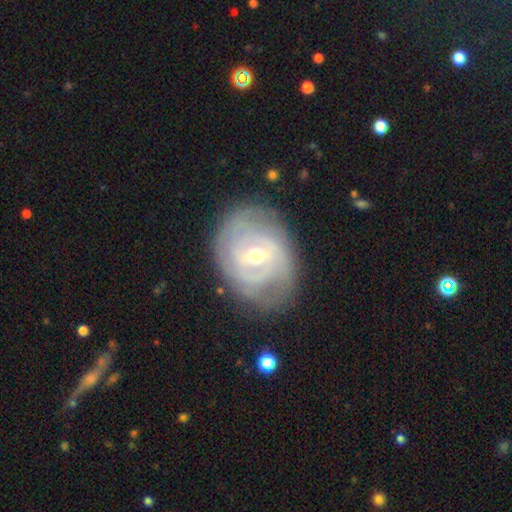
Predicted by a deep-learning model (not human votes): Smooth or featured? featured or disk (84%)
Edge-on disk? no (97%)
Bar? weak (54%)
Spiral arms? yes (91%)
Spiral winding? tight (70%)
Spiral arm count? can't tell (37%)
Bulge size? moderate (53%)
Merging? none (75%)